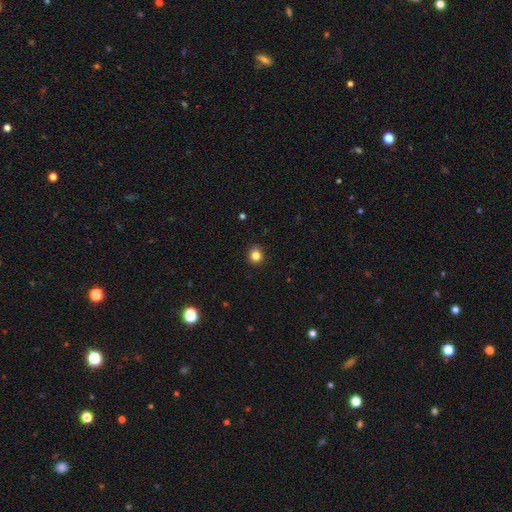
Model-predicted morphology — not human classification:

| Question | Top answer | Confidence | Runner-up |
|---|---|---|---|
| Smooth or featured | smooth | 83% | star or artifact (12%) |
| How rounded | round | 84% | in between (15%) |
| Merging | none | 88% | minor disturbance (9%) |